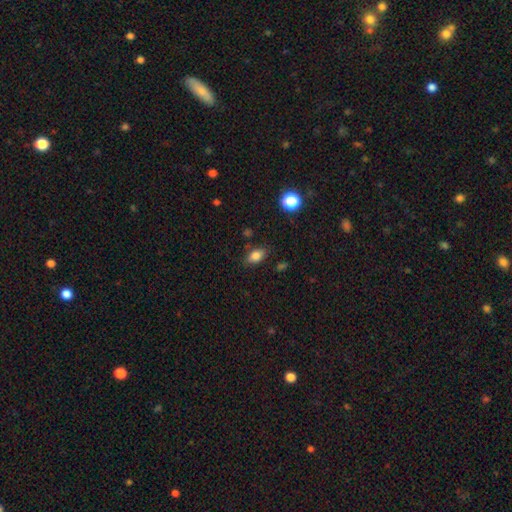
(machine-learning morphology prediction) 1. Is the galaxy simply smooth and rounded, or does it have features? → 83% smooth, 11% star or artifact, 7% featured or disk.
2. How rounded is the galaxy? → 85% in between, 13% round, 3% cigar-shaped.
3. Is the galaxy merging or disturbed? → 81% none, 13% minor disturbance, 3% major disturbance, 2% merger.